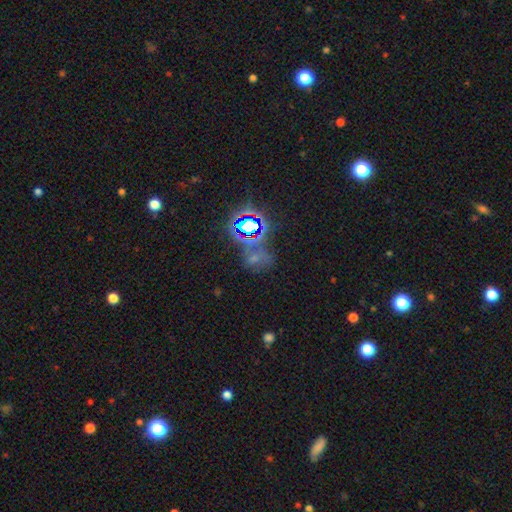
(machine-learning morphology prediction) The model was most divided on "smooth or featured": star or artifact: 57%, smooth: 31%, featured or disk: 13%.